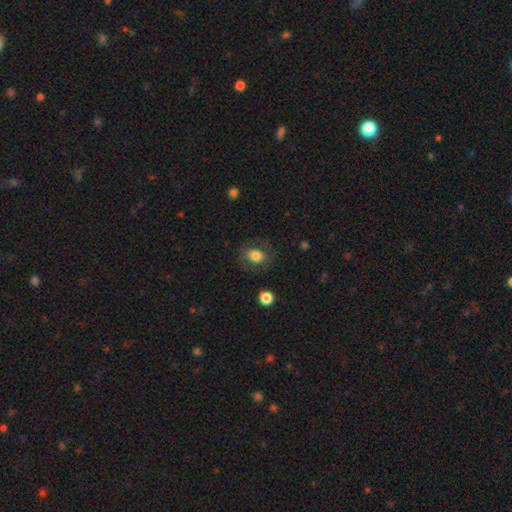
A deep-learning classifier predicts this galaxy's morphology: Smooth or featured? smooth (72%)
How rounded? round (52%)
Merging? none (78%)